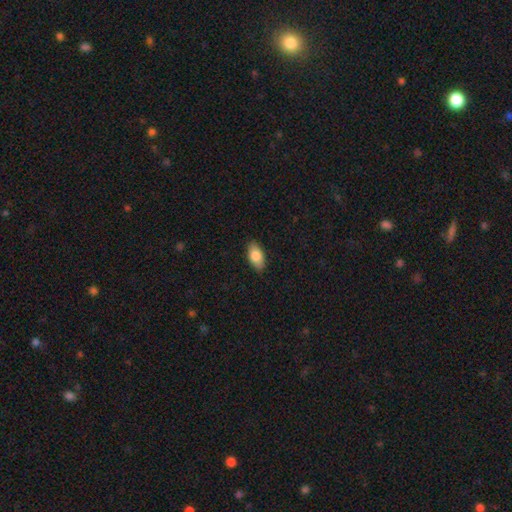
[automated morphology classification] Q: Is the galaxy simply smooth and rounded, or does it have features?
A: smooth — 82%.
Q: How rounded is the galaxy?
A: in between — 93%.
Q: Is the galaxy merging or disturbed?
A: none — 87%.